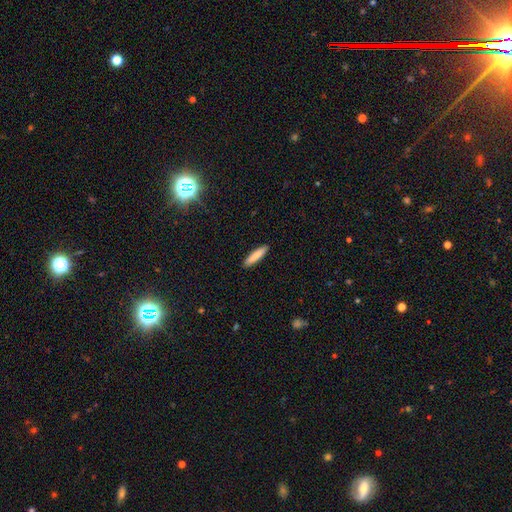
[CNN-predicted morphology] This appears to be a smooth galaxy with no disk features (85%) that is cigar-shaped (87%). Merging: none (92%).